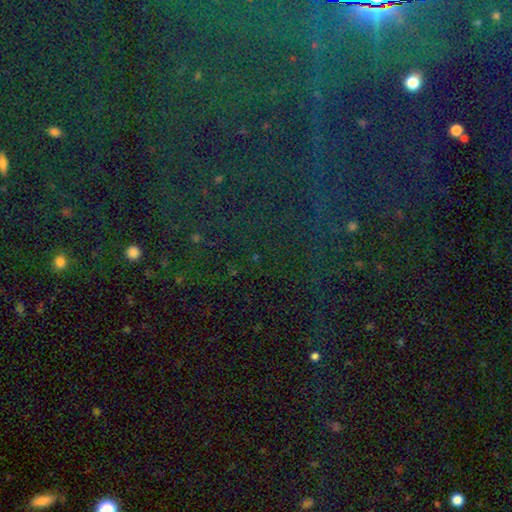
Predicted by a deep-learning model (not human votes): Smooth or featured?
  - star or artifact: 81% *
  - smooth: 10%
  - featured or disk: 9%